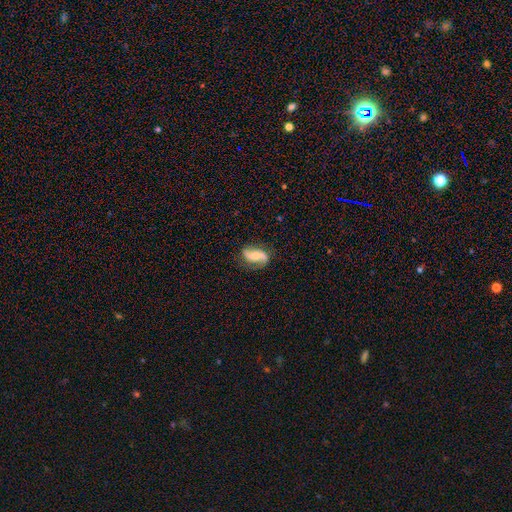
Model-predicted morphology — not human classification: A featured or disk galaxy (76%) with no bar (49%), 2 (90%) loose (57%) spiral arms (94%) and a moderate central bulge (47%). Merging: none (73%).